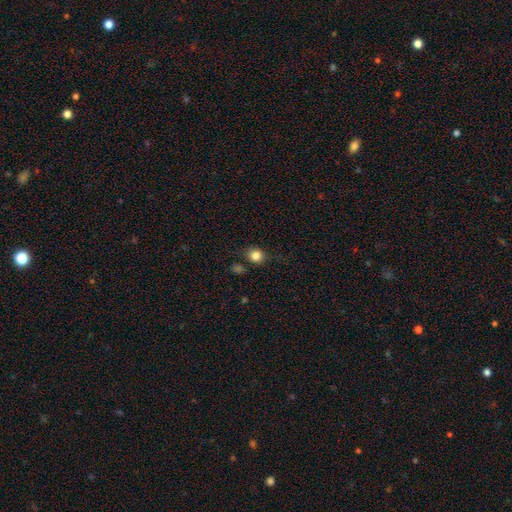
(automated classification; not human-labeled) Smooth or featured: smooth — 81% (star or artifact — 12%)
How rounded: round — 79% (in between — 20%)
Merging: none — 75% (minor disturbance — 15%)